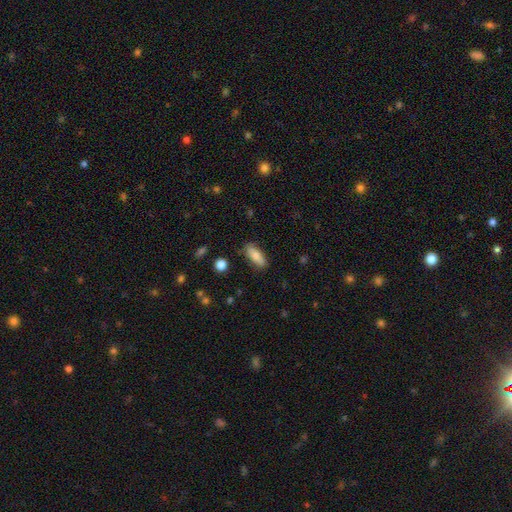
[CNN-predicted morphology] Smooth or featured? smooth (80%)
How rounded? in between (65%)
Merging? none (84%)